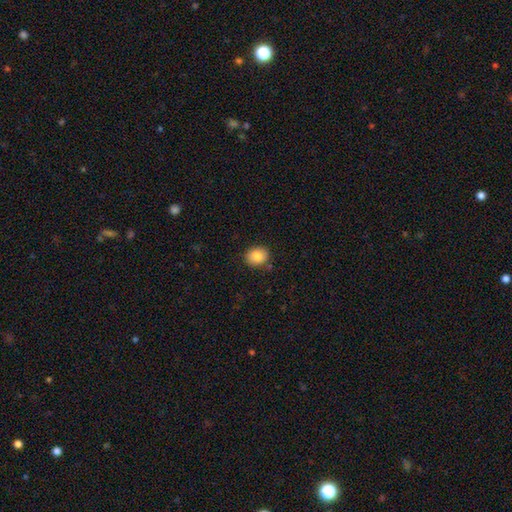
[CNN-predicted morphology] A smooth galaxy with no disk features (84%) that is round (62%).

Vote fractions:
- Smooth or featured? smooth: 84% / star or artifact: 8% / featured or disk: 7%
- How rounded? round: 62% / in between: 37% / cigar-shaped: 1%
- Merging? none: 85% / minor disturbance: 11% / major disturbance: 2% / merger: 2%